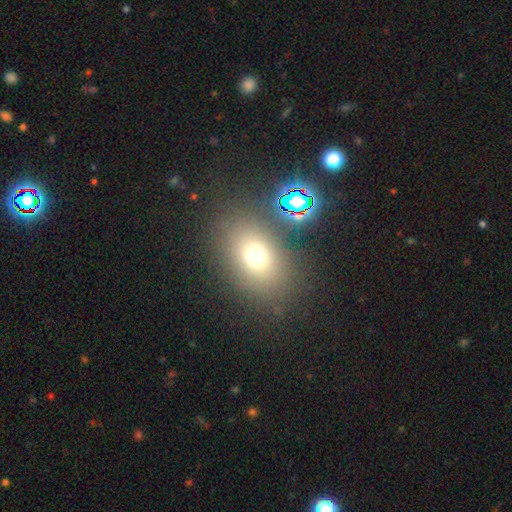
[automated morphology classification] smooth_or_featured: smooth (p=0.70) [alt: star or artifact p=0.18]
how_rounded: in between (p=0.65) [alt: round p=0.34]
merging: none (p=0.79) [alt: minor disturbance p=0.10]